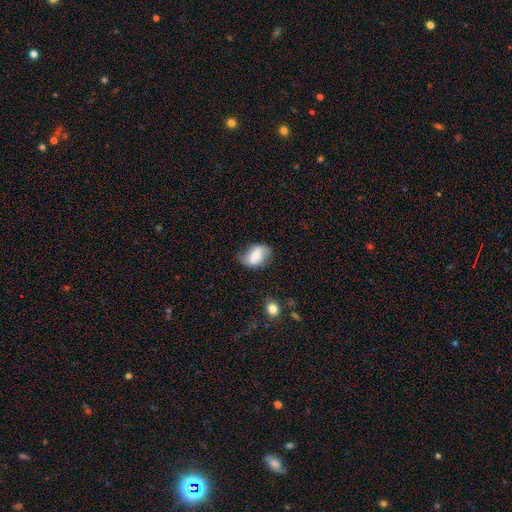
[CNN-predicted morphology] A smooth galaxy with no disk features (72%) that is in between round and cigar-shaped (85%). Merging: none (53%).